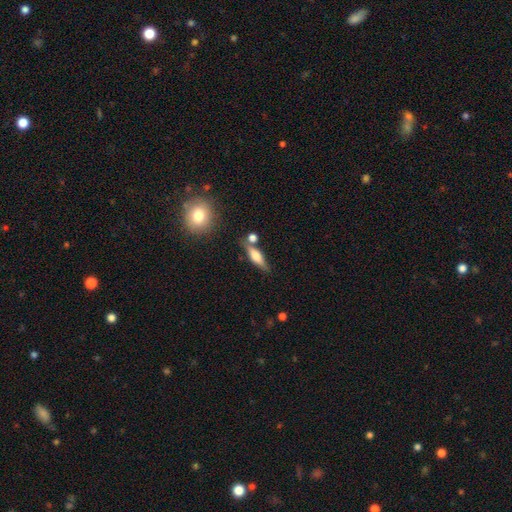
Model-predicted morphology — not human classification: smooth_or_featured: smooth (p=0.49) [alt: featured or disk p=0.42]
merging: none (p=0.66) [alt: minor disturbance p=0.15]